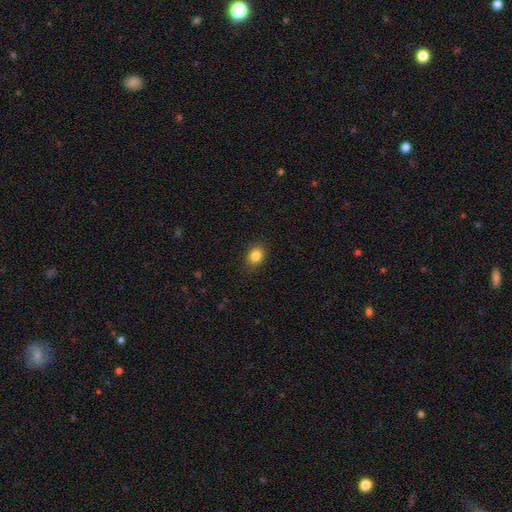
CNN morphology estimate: smooth 85%, star or artifact 10%, featured or disk 5%. Down the decision tree: how rounded — in between (60%); merging — none (87%).